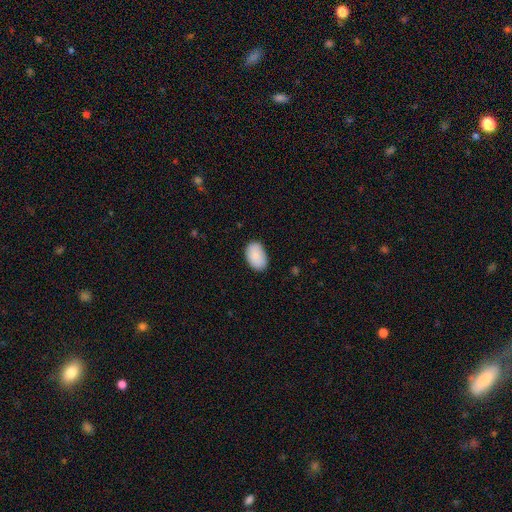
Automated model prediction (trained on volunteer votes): Overall: smooth (89%). How rounded: in between (91%). Merging: none (83%).